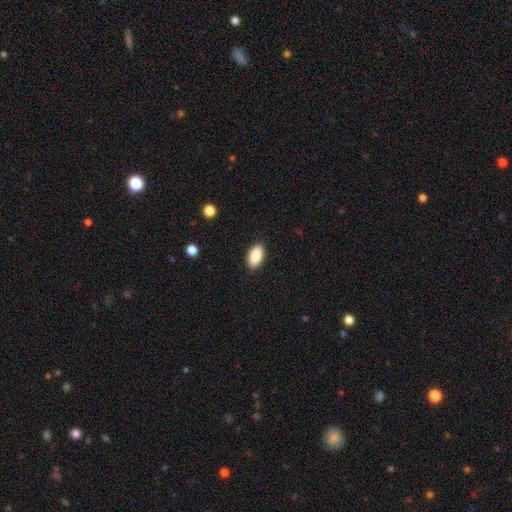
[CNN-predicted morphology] Smooth or featured: smooth — 88% (star or artifact — 7%)
How rounded: in between — 94% (cigar-shaped — 4%)
Merging: none — 90% (minor disturbance — 7%)